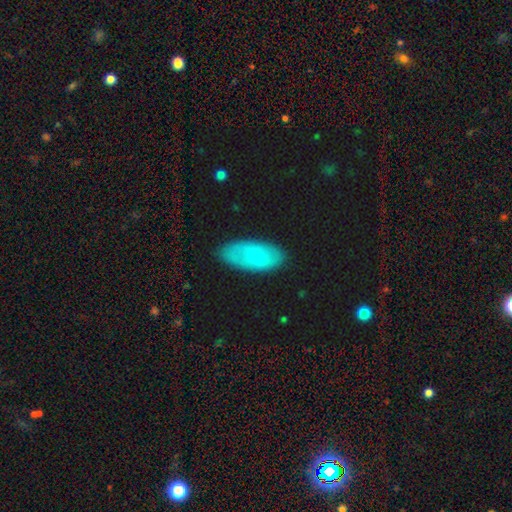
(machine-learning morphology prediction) Smooth or featured? Predicted: smooth (p=0.62). How rounded? Predicted: in between (p=0.88). Merging? Predicted: none (p=0.82).